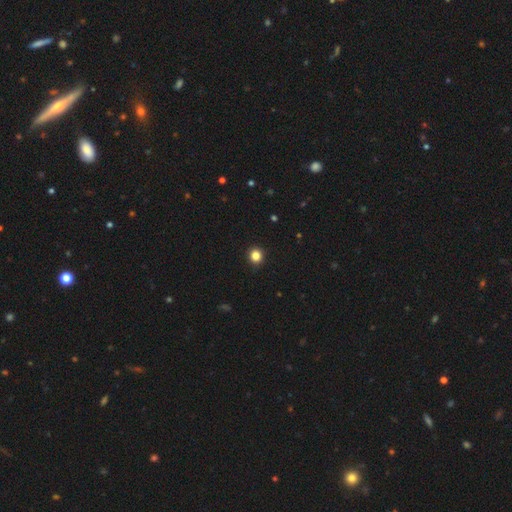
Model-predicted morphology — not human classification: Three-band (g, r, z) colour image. It shows a smooth galaxy with no disk features (84%) that is round (91%). Merging: none (93%).